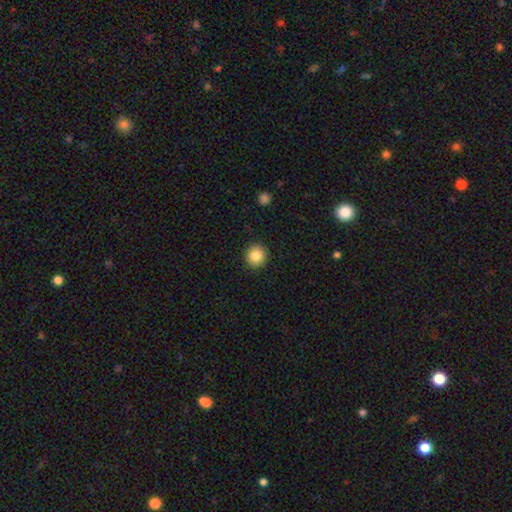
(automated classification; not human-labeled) Smooth or featured?
  - smooth: 84% *
  - star or artifact: 10%
  - featured or disk: 6%
How rounded?
  - round: 93% *
  - in between: 6%
  - cigar-shaped: 1%
Merging?
  - none: 92% *
  - minor disturbance: 5%
  - major disturbance: 2%
  - merger: 1%